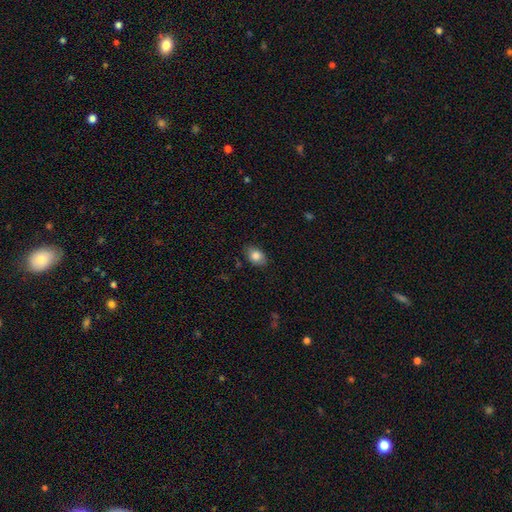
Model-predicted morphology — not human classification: smooth-or-featured: smooth: 84% | featured or disk: 8% | star or artifact: 8%
  how-rounded: in between: 77% | round: 21% | cigar-shaped: 1%
  merging: none: 81% | minor disturbance: 14% | major disturbance: 3% | merger: 1%